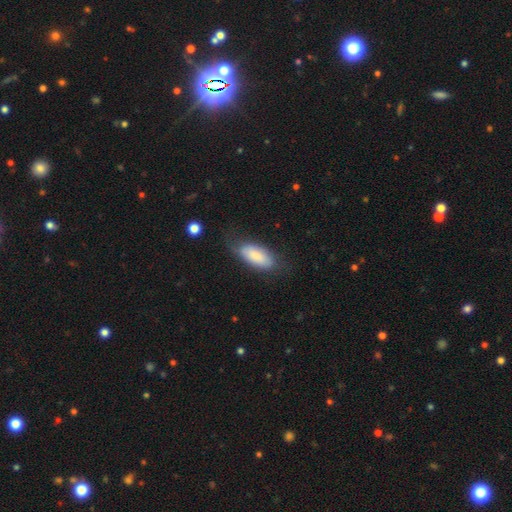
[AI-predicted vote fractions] Overall: smooth (79%). How rounded: in between (84%). Merging: none (60%; minor disturbance 27%).